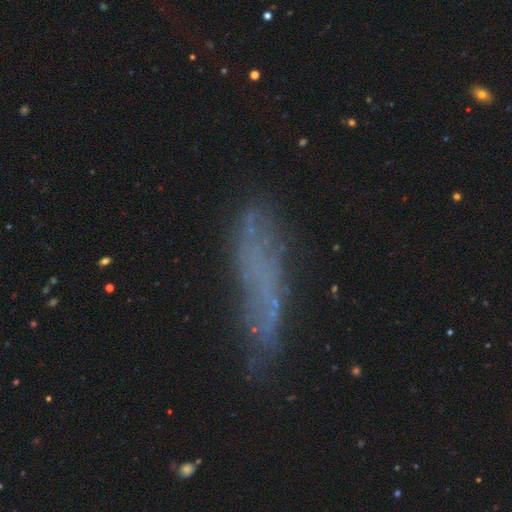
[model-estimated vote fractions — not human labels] Smooth or featured: featured or disk — 41% (smooth — 40%)
Merging: none — 56% (minor disturbance — 22%)